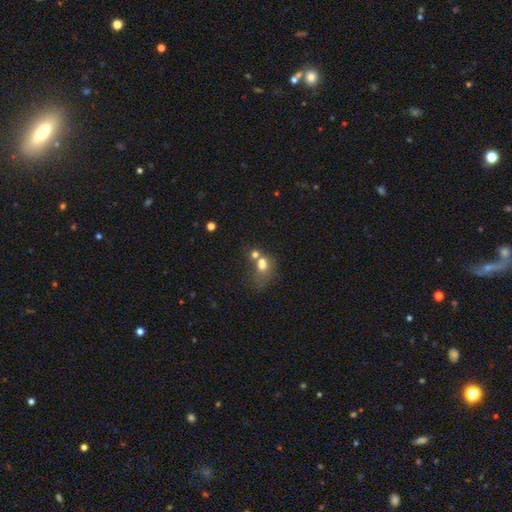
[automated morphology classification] A smooth galaxy with no disk features (60%) that is round (53%).

Vote fractions:
- Smooth or featured? smooth: 60% / star or artifact: 21% / featured or disk: 19%
- How rounded? round: 53% / in between: 46% / cigar-shaped: 2%
- Merging? merger: 46% / none: 28% / major disturbance: 14% / minor disturbance: 12%